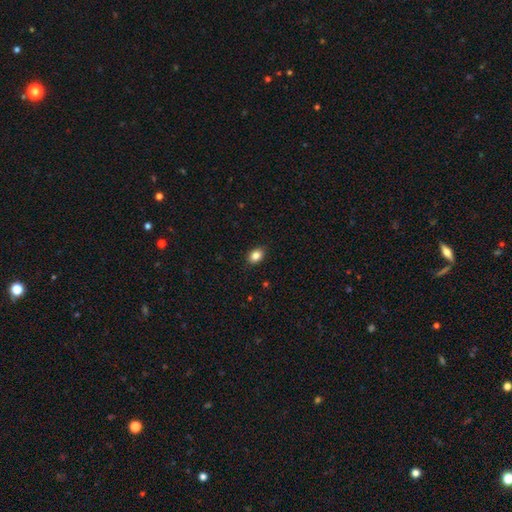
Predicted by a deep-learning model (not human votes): Smooth or featured? Predicted: smooth (p=0.85). How rounded? Predicted: in between (p=0.74). Merging? Predicted: none (p=0.88).